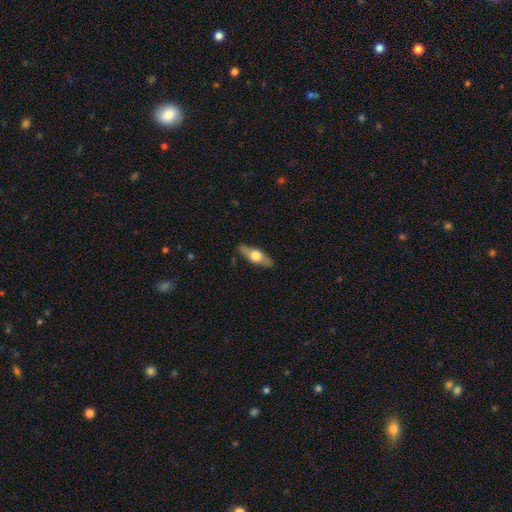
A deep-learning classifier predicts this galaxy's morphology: Overall: smooth (49%; featured or disk 45%). Merging: none (87%).